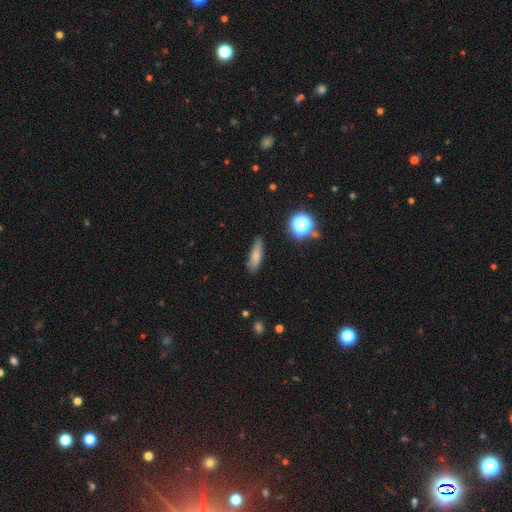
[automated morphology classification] Smooth or featured? Predicted: smooth (p=0.76). How rounded? Predicted: cigar-shaped (p=0.59). Merging? Predicted: none (p=0.80).